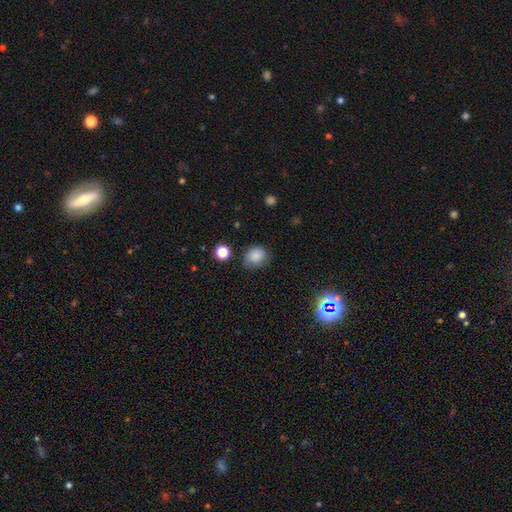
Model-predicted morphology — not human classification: A smooth galaxy with no disk features (85%) that is round (72%). Merging: none (77%).